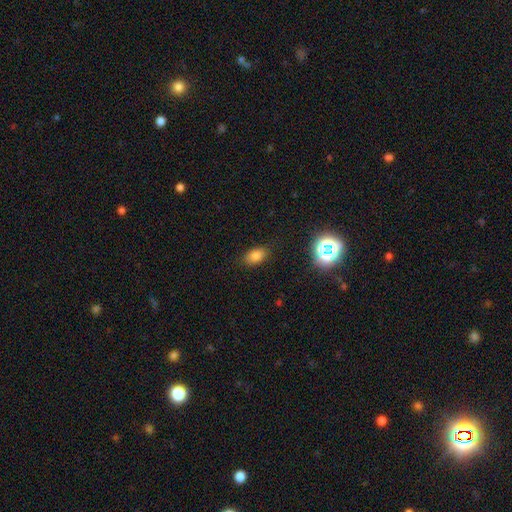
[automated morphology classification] Overall: smooth (79%). How rounded: in between (87%). Merging: none (84%).